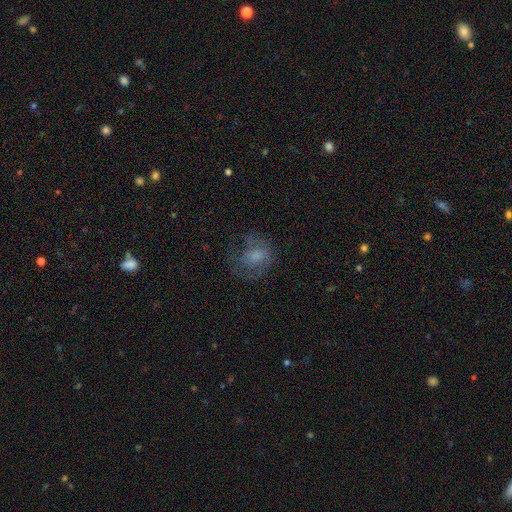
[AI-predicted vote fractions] Smooth or featured?
  - smooth: 48% *
  - featured or disk: 39%
  - star or artifact: 13%
Merging?
  - none: 48% *
  - major disturbance: 29%
  - minor disturbance: 22%
  - merger: 2%